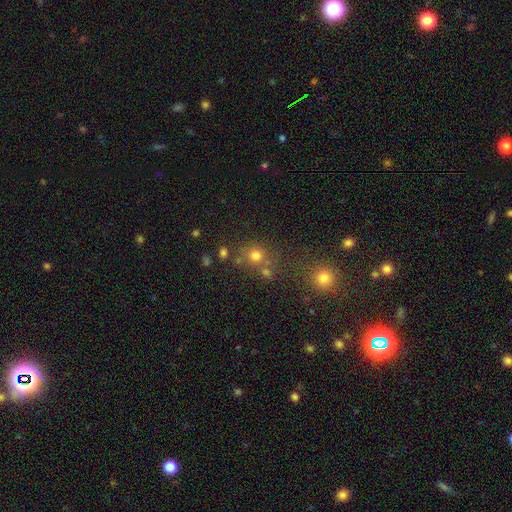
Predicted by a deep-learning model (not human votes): This appears to be a smooth galaxy with no disk features (73%) that is round (86%). Merging: none (63%).